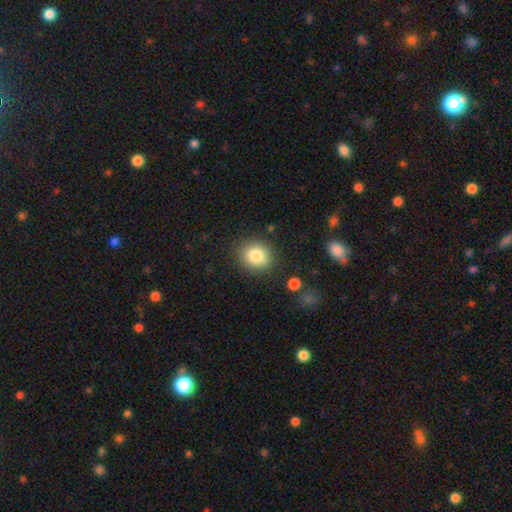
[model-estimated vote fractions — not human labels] The model was most divided on "how rounded": round: 71%, in between: 28%, cigar-shaped: 1%. More confident: merging — none (85%); smooth or featured — smooth (82%).